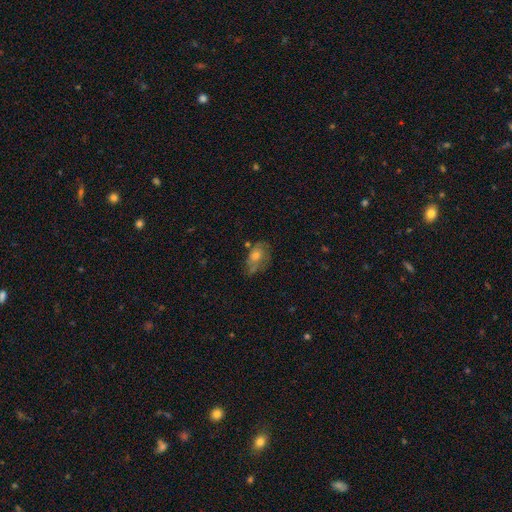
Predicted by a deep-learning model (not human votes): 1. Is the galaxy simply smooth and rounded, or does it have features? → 44% featured or disk (tied), 44% smooth (tied), 12% star or artifact.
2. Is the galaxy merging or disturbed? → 50% none, 29% minor disturbance, 15% major disturbance, 6% merger.